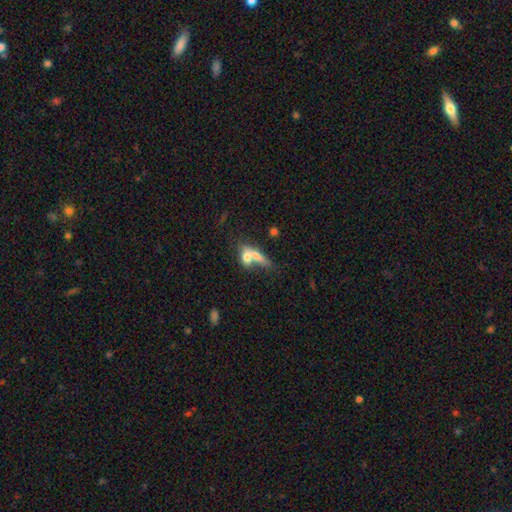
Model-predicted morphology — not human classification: This appears to be a smooth galaxy with no disk features (65%) that is in between round and cigar-shaped (59%). Merging: merger (63%).